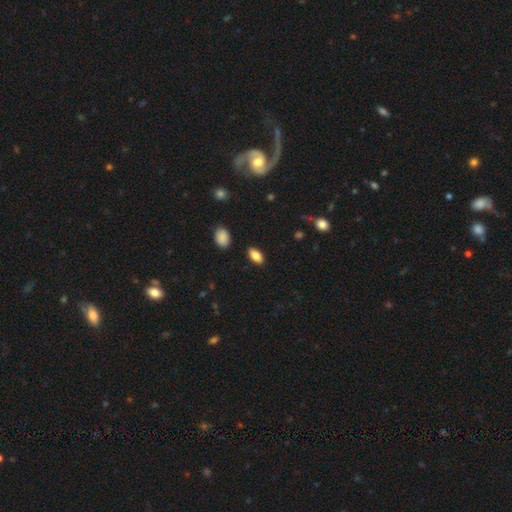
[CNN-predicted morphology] Smooth or featured: smooth — 83% (featured or disk — 9%)
How rounded: in between — 91% (cigar-shaped — 5%)
Merging: none — 88% (minor disturbance — 8%)